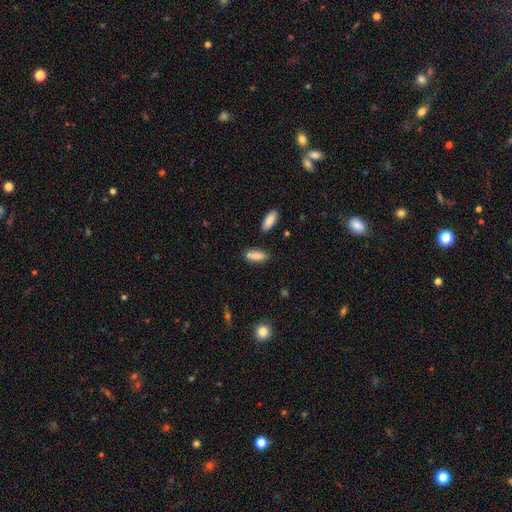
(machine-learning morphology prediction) smooth_or_featured: smooth (p=0.83) [alt: featured or disk p=0.10]
how_rounded: in between (p=0.72) [alt: cigar-shaped p=0.26]
merging: none (p=0.81) [alt: minor disturbance p=0.12]